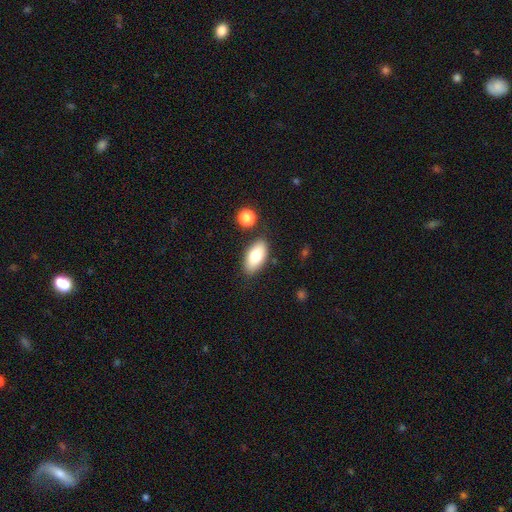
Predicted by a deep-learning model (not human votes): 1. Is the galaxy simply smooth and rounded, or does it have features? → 78% smooth, 15% featured or disk, 7% star or artifact.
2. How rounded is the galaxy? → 91% in between, 5% cigar-shaped, 4% round.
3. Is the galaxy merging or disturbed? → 83% none, 10% minor disturbance, 4% merger, 3% major disturbance.